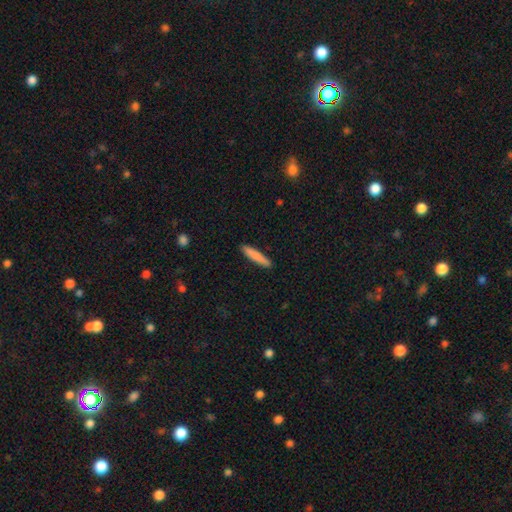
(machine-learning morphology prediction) smooth_or_featured: smooth (p=0.82) [alt: featured or disk p=0.13]
how_rounded: cigar-shaped (p=0.92) [alt: in between p=0.07]
merging: none (p=0.90) [alt: minor disturbance p=0.07]